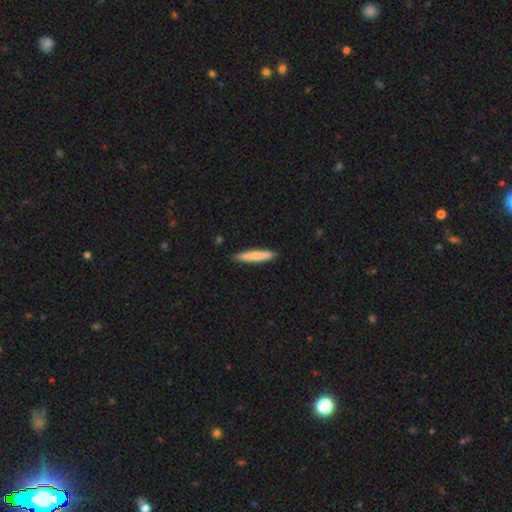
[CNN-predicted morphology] Q: Smooth or featured?
A: smooth (78%); runner-up: featured or disk (17%)
Q: How rounded?
A: cigar-shaped (94%); runner-up: in between (5%)
Q: Merging?
A: none (90%); runner-up: minor disturbance (8%)